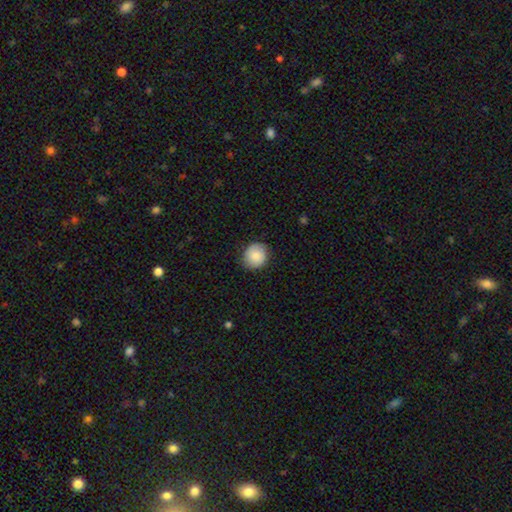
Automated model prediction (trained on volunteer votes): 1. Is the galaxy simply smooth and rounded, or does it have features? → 86% smooth, 7% star or artifact, 7% featured or disk.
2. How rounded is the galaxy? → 80% round, 19% in between, 1% cigar-shaped.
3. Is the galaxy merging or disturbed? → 84% none, 12% minor disturbance, 3% major disturbance, 1% merger.